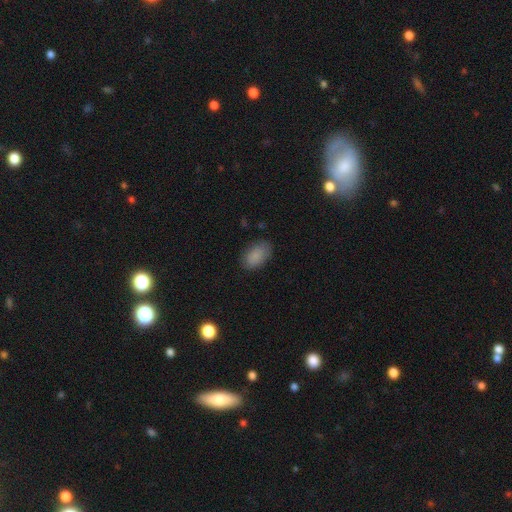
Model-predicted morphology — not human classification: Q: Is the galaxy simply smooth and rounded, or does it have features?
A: smooth — 87%.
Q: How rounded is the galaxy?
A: in between — 91%.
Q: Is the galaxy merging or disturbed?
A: none — 81%.